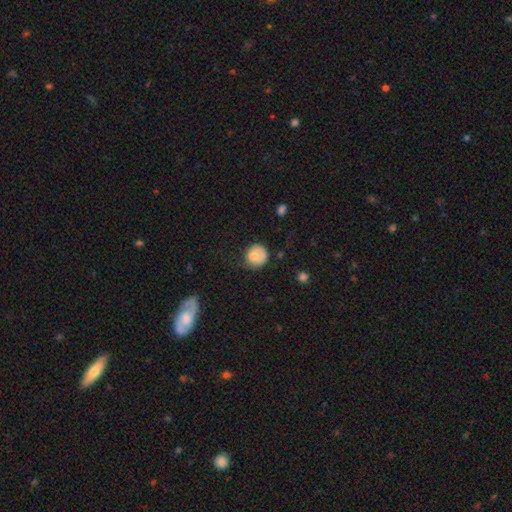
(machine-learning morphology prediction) Smooth or featured? smooth (74%)
How rounded? round (84%)
Merging? none (59%)